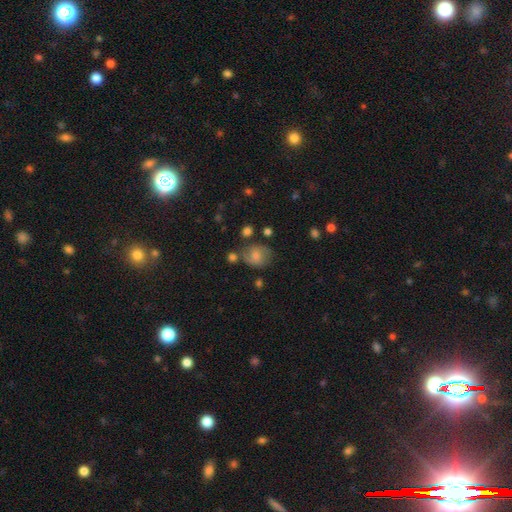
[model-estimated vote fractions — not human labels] This appears to be a smooth galaxy with no disk features (64%) that is round (57%). Merging: none (60%).